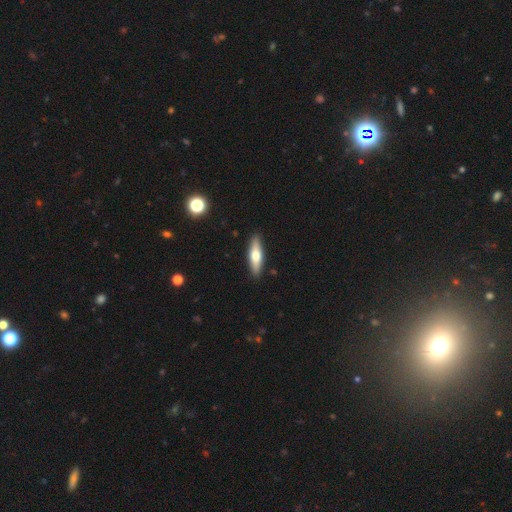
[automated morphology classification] type=smooth (56%); roundness=cigar-shaped (60%); merging=none (90%).